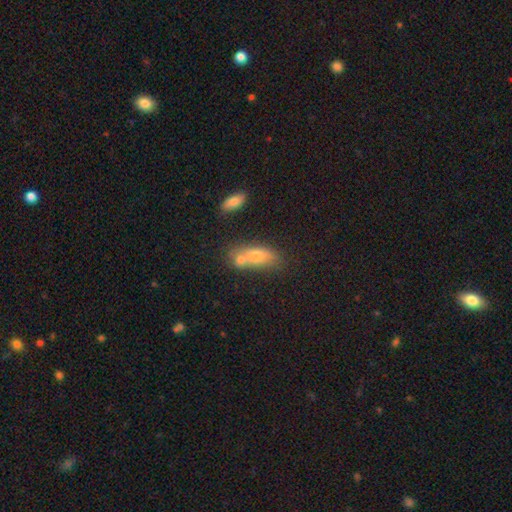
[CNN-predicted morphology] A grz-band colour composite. It shows a smooth galaxy with no disk features (64%) that is in between round and cigar-shaped (69%). Merging: merger (43%).